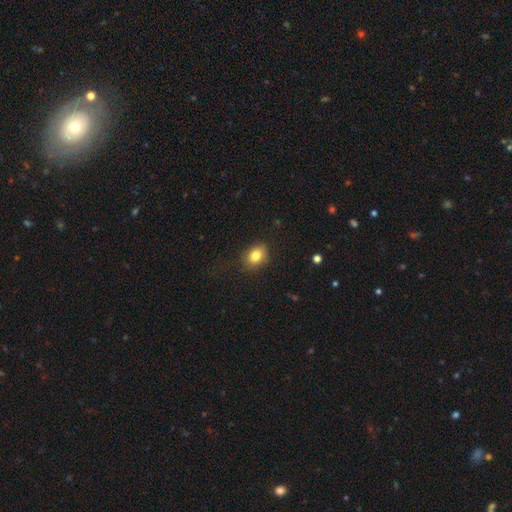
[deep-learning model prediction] Q: Smooth or featured?
A: smooth (82%); runner-up: star or artifact (9%)
Q: How rounded?
A: in between (66%); runner-up: round (33%)
Q: Merging?
A: none (80%); runner-up: minor disturbance (14%)